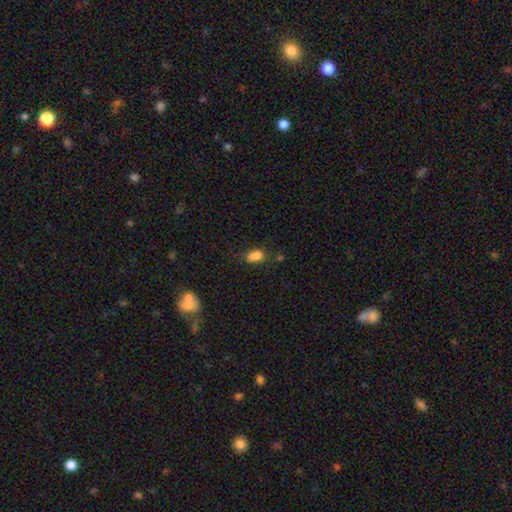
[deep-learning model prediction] A smooth galaxy with no disk features (80%) that is in between round and cigar-shaped (84%).

Vote fractions:
- Smooth or featured? smooth: 80% / star or artifact: 12% / featured or disk: 7%
- How rounded? in between: 84% / round: 12% / cigar-shaped: 4%
- Merging? none: 53% / minor disturbance: 27% / merger: 11% / major disturbance: 9%